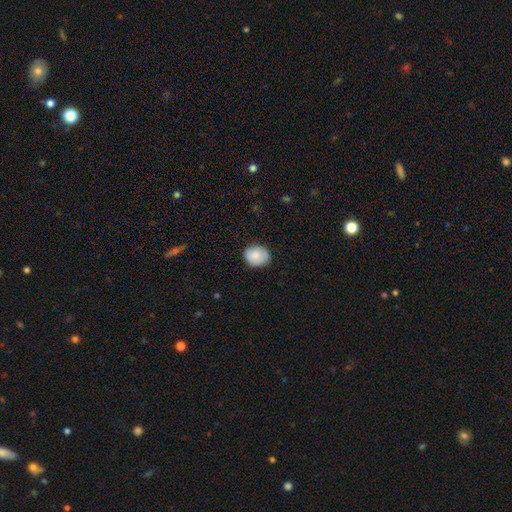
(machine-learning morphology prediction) A smooth galaxy with no disk features (79%) that is round (61%). Merging: none (79%).